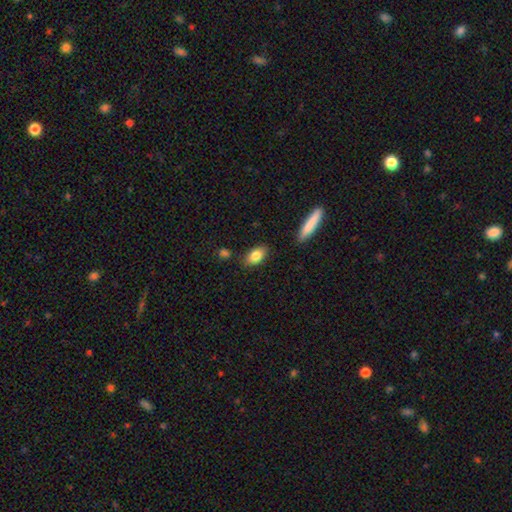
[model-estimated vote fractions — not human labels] A smooth galaxy with no disk features (82%) that is in between round and cigar-shaped (87%).

Vote fractions:
- Smooth or featured? smooth: 82% / featured or disk: 10% / star or artifact: 7%
- How rounded? in between: 87% / round: 8% / cigar-shaped: 5%
- Merging? none: 83% / minor disturbance: 11% / merger: 3% / major disturbance: 2%